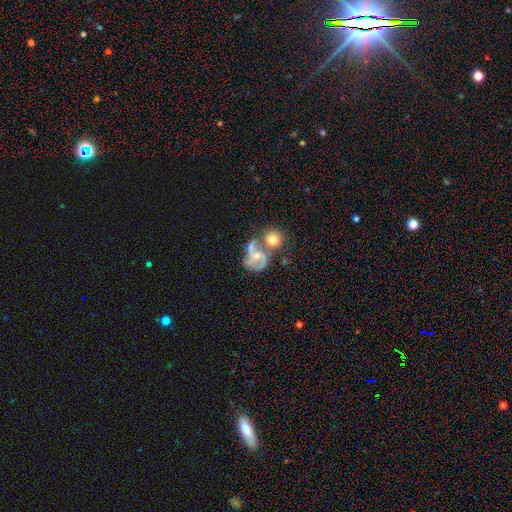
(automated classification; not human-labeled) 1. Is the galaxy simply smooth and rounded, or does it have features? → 76% featured or disk, 16% smooth, 8% star or artifact.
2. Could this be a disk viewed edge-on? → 98% no, 2% yes.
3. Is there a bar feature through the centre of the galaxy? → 52% no, 37% weak, 11% strong.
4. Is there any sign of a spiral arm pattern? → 93% yes, 7% no.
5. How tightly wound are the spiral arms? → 54% medium, 29% loose, 17% tight.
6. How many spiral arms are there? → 57% 2, 24% 3, 9% can't tell, 4% 1, 3% 4, 3% more than 4.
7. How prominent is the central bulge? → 56% small, 36% moderate, 5% none, 2% large, 1% dominant.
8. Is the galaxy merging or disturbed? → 36% none, 34% merger, 16% minor disturbance, 14% major disturbance.